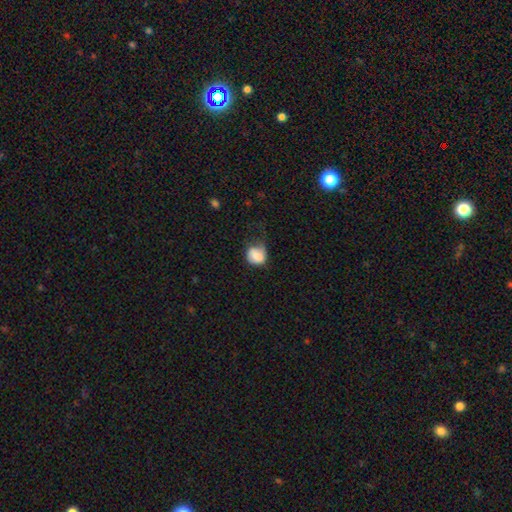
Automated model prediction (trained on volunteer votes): This is likely a smooth galaxy (79%). How rounded: likely round (66%). Merging: marginally none (39%).